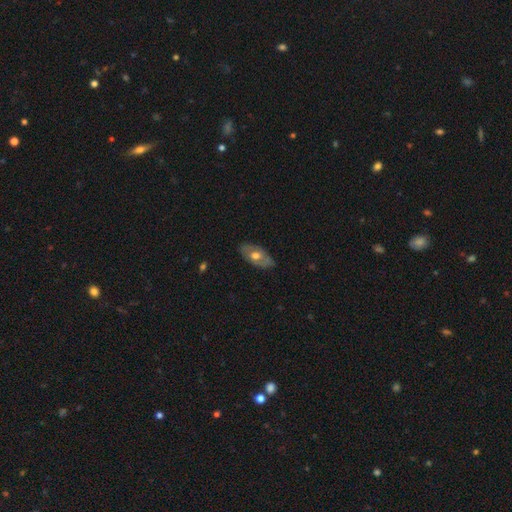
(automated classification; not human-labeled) Smooth or featured? Predicted: smooth (p=0.47, tied with featured or disk). Merging? Predicted: none (p=0.80).